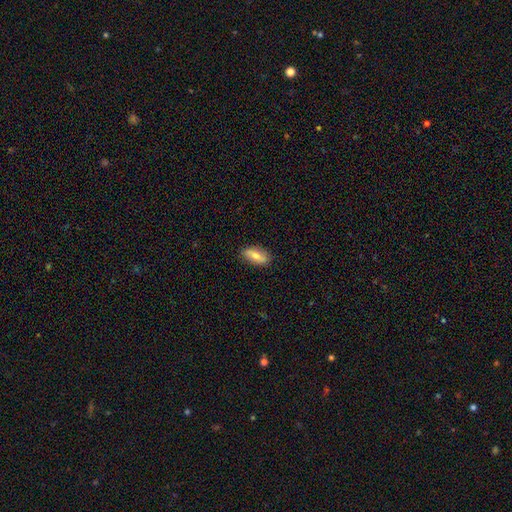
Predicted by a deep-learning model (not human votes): Smooth or featured? Predicted: smooth (p=0.64). How rounded? Predicted: in between (p=0.81). Merging? Predicted: none (p=0.85).